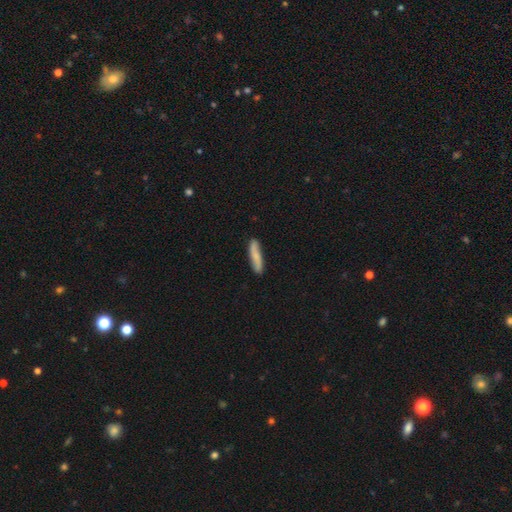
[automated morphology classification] This appears to be a smooth galaxy with no disk features (73%) that is cigar-shaped (84%). Merging: none (84%).